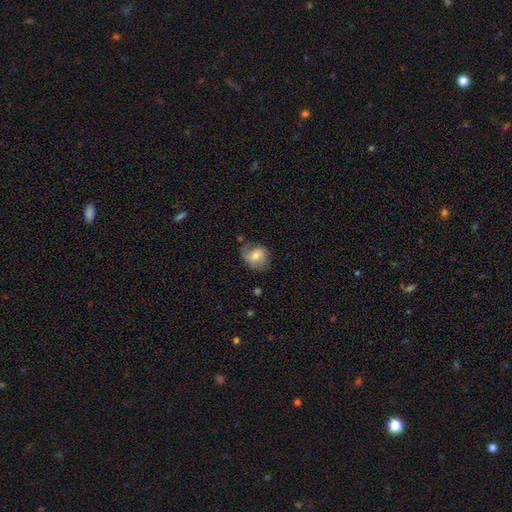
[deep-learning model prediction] Smooth or featured? smooth (70%)
How rounded? round (68%)
Merging? none (59%)